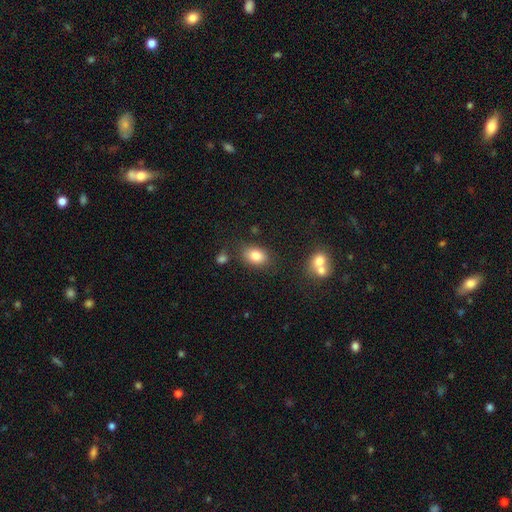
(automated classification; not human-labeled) Smooth or featured? Predicted: smooth (p=0.83). How rounded? Predicted: in between (p=0.81). Merging? Predicted: none (p=0.78).